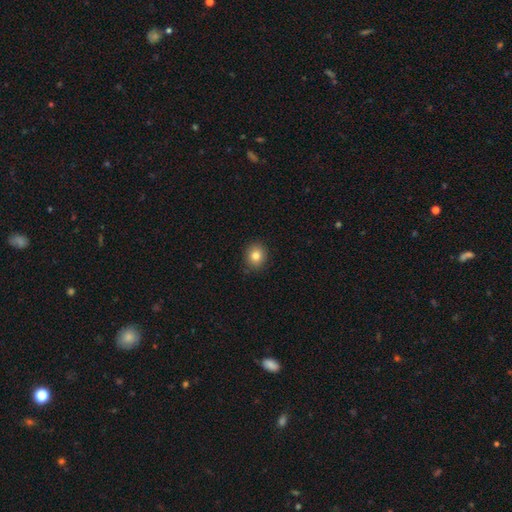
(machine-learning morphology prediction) smooth 83%, star or artifact 10%, featured or disk 7%. Down the decision tree: how rounded — round (77%); merging — none (88%).